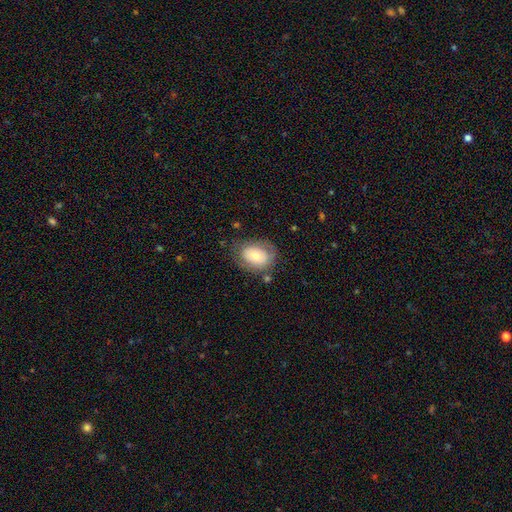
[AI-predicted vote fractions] smooth-or-featured: smooth: 65% | featured or disk: 27% | star or artifact: 8%
  how-rounded: in between: 66% | round: 33% | cigar-shaped: 1%
  merging: none: 69% | minor disturbance: 19% | major disturbance: 8% | merger: 3%